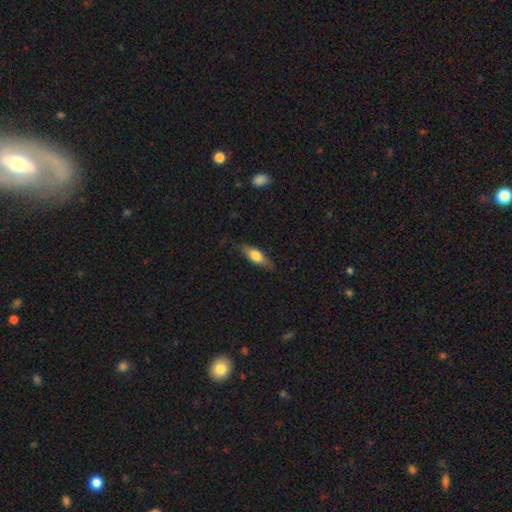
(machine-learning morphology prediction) Smooth or featured? smooth (58%)
How rounded? in between (62%)
Merging? none (77%)